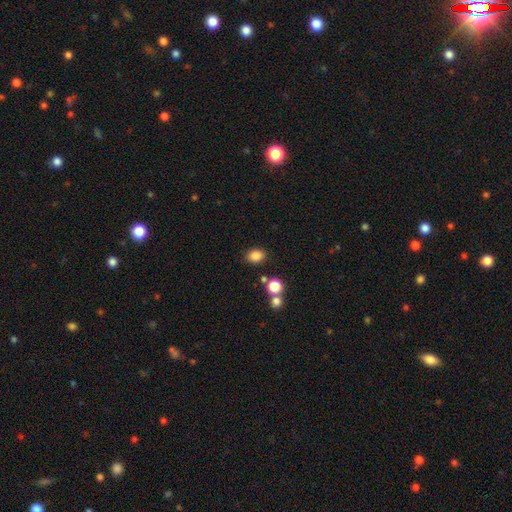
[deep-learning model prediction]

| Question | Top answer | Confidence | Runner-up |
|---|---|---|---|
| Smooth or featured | smooth | 84% | star or artifact (12%) |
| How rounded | in between | 60% | round (39%) |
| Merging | none | 80% | minor disturbance (10%) |